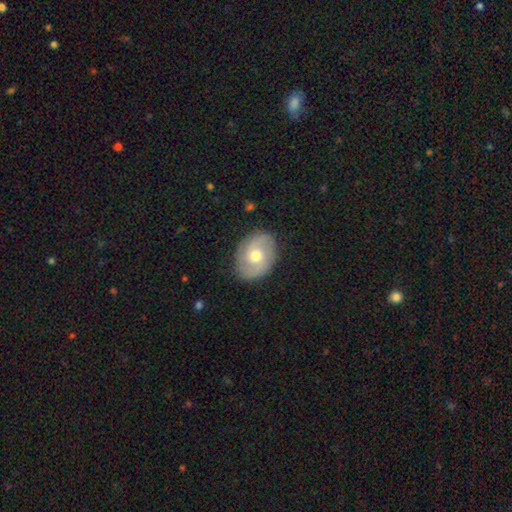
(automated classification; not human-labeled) Overall: featured or disk (60%; smooth 34%). Edge-on disk: no (96%). Bar: no (68%). Spiral arms: yes (76%). Bulge size: moderate (76%). Merging: none (83%).